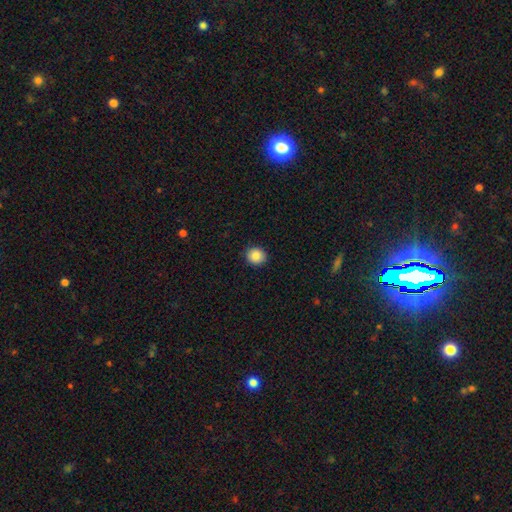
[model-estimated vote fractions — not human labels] Smooth or featured? Predicted: smooth (p=0.88). How rounded? Predicted: round (p=0.85). Merging? Predicted: none (p=0.91).